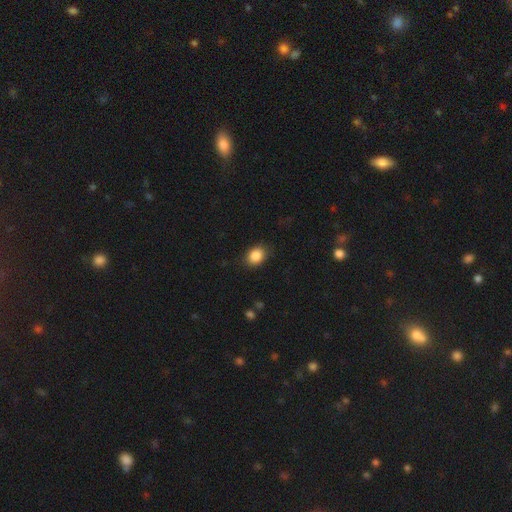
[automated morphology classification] This is clearly a smooth galaxy (86%). How rounded: possibly in between (59%). Merging: clearly none (83%).